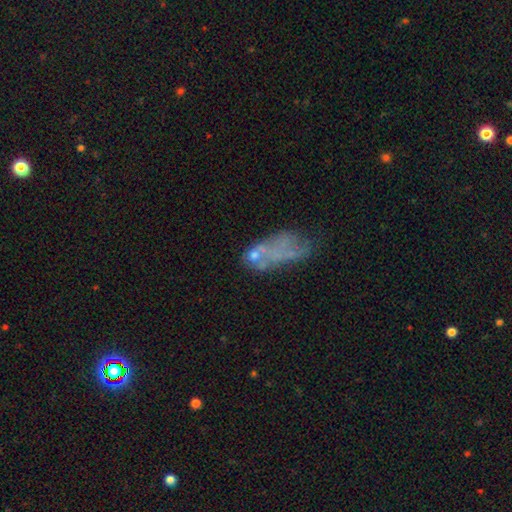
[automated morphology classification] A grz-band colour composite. It shows a featured or disk galaxy (45%). Merging: none (33%).